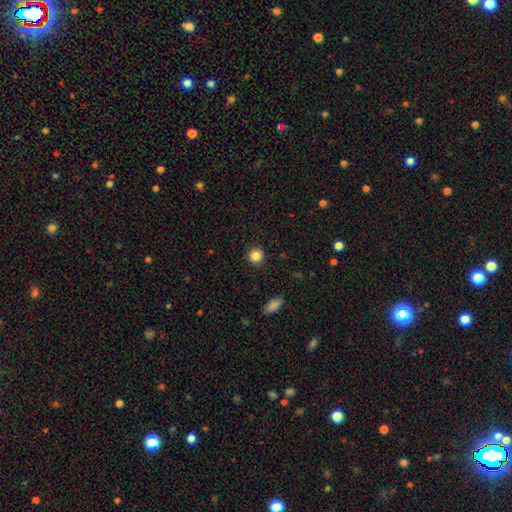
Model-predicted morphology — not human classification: Smooth or featured?
  - smooth: 85% *
  - star or artifact: 11%
  - featured or disk: 5%
How rounded?
  - round: 93% *
  - in between: 6%
  - cigar-shaped: 1%
Merging?
  - none: 92% *
  - minor disturbance: 5%
  - major disturbance: 2%
  - merger: 1%